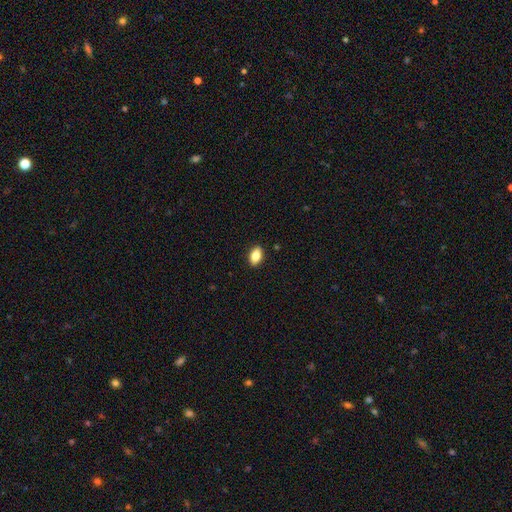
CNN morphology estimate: Smooth or featured? smooth (86%)
How rounded? in between (90%)
Merging? none (90%)